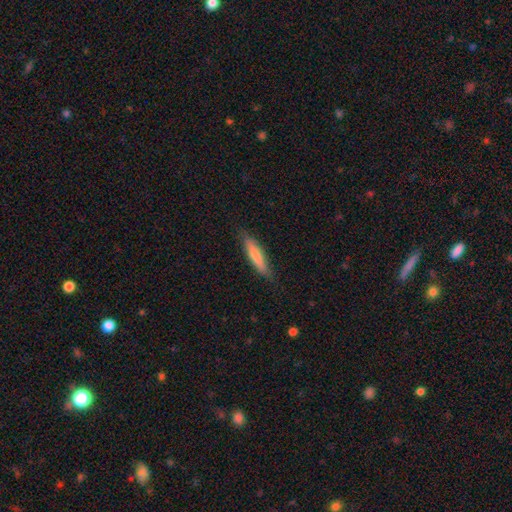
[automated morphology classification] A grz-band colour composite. It shows a smooth galaxy with no disk features (75%) that is cigar-shaped (83%). Merging: none (83%).